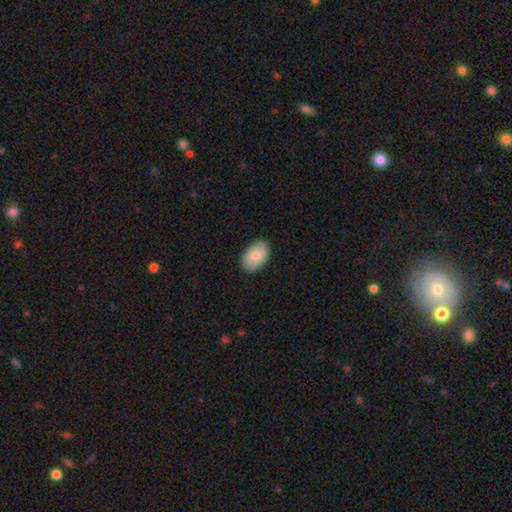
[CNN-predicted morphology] Q: Smooth or featured?
A: smooth (85%); runner-up: featured or disk (9%)
Q: How rounded?
A: in between (92%); runner-up: round (7%)
Q: Merging?
A: none (87%); runner-up: minor disturbance (10%)